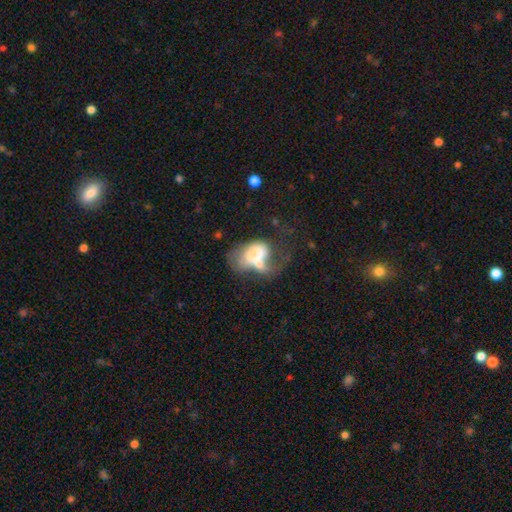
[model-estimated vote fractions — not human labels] Smooth or featured?
  - smooth: 52% *
  - featured or disk: 39%
  - star or artifact: 9%
How rounded?
  - in between: 83% *
  - round: 16%
  - cigar-shaped: 2%
Merging?
  - major disturbance: 38% *
  - merger: 37%
  - none: 13%
  - minor disturbance: 12%